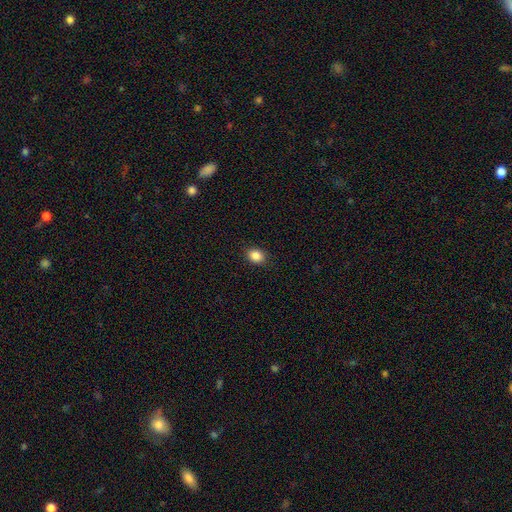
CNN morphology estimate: smooth_or_featured: smooth (p=0.86) [alt: star or artifact p=0.10]
how_rounded: in between (p=0.59) [alt: round p=0.40]
merging: none (p=0.89) [alt: minor disturbance p=0.08]